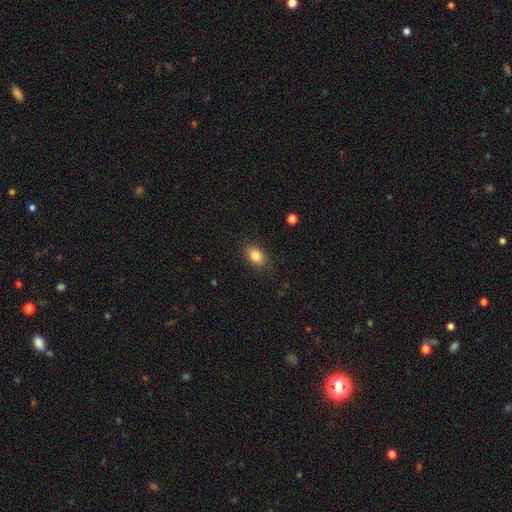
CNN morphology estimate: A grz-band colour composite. It shows a smooth galaxy with no disk features (84%) that is in between round and cigar-shaped (79%). Merging: none (87%).